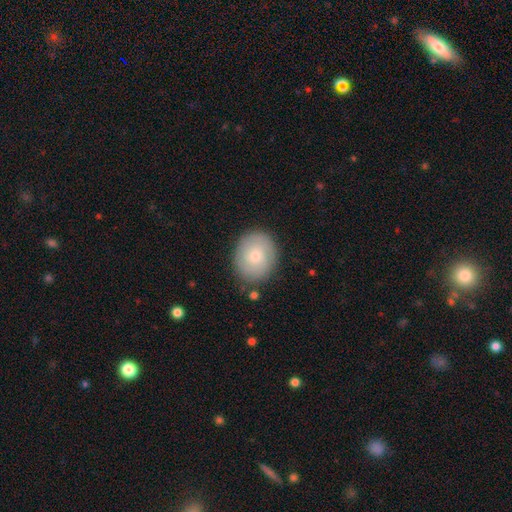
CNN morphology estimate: This is likely a smooth galaxy (65%). How rounded: likely round (62%). Merging: clearly none (84%).